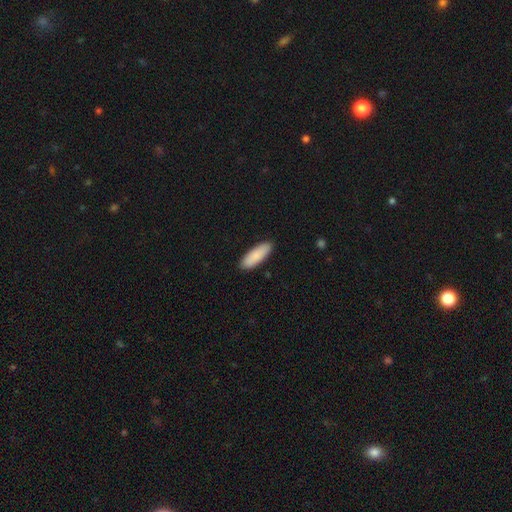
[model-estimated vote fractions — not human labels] Smooth or featured: smooth — 88% (featured or disk — 7%)
How rounded: in between — 60% (cigar-shaped — 38%)
Merging: none — 89% (minor disturbance — 9%)